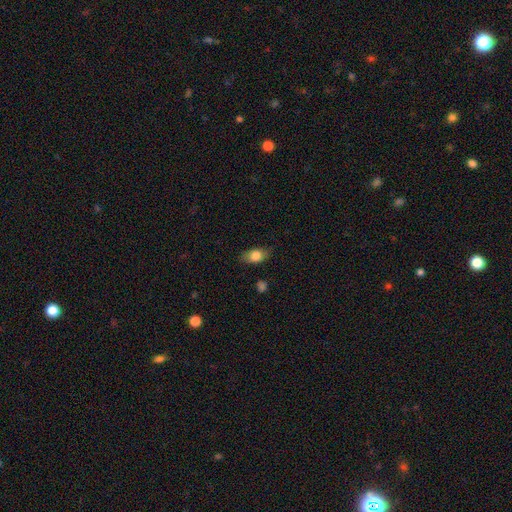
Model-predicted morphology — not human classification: This appears to be a smooth galaxy with no disk features (80%) that is in between round and cigar-shaped (83%). Merging: none (79%).